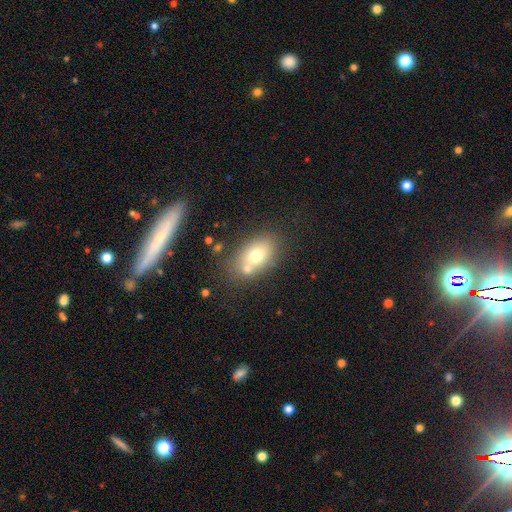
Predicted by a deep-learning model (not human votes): Morphology: type=smooth (68%); roundness=in between (81%); merging=none (58%).